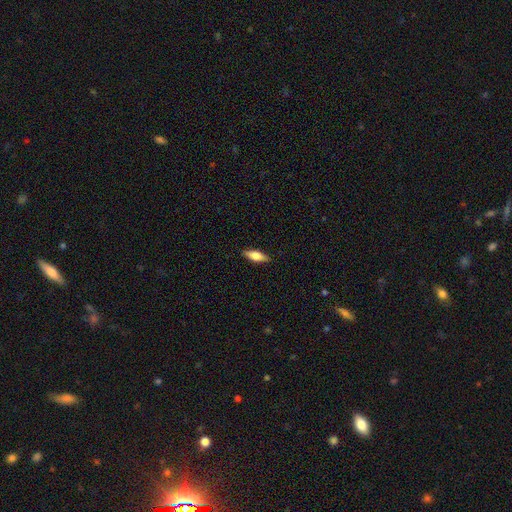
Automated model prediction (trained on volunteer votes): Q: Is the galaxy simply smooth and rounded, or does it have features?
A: smooth — 67%.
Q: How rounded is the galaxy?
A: in between — 60%.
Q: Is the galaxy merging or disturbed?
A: none — 88%.